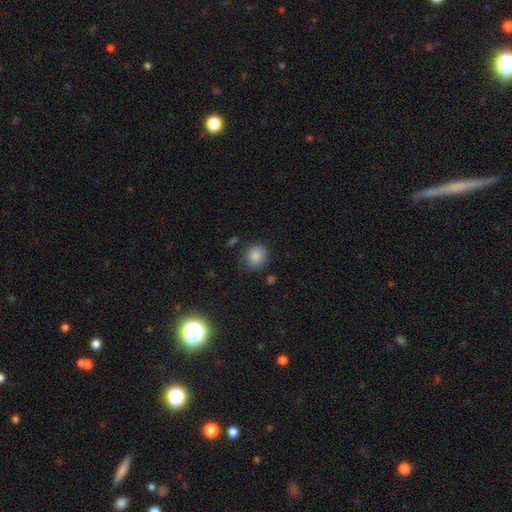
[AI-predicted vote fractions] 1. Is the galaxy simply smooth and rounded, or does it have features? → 86% smooth, 9% star or artifact, 6% featured or disk.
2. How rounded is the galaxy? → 79% round, 20% in between, 1% cigar-shaped.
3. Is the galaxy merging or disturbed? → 74% none, 19% minor disturbance, 5% major disturbance, 3% merger.